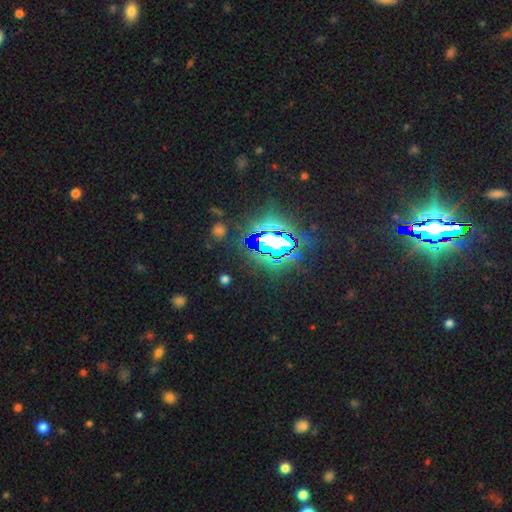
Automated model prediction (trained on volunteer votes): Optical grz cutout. It shows a star or artifact, not a galaxy (82%).